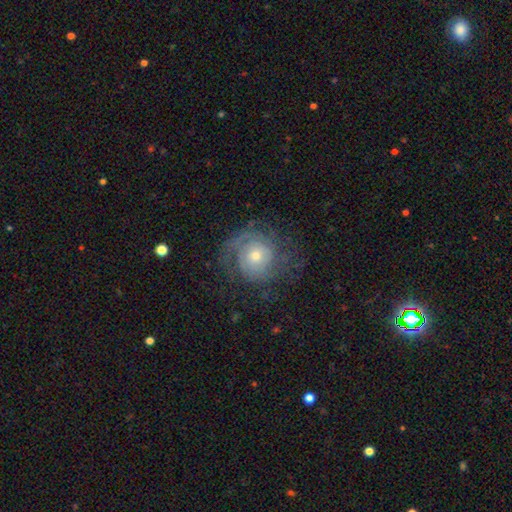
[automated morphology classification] Q: Smooth or featured?
A: featured or disk (72%); runner-up: smooth (20%)
Q: Edge-on disk?
A: no (97%); runner-up: yes (3%)
Q: Bar?
A: no (80%); runner-up: weak (17%)
Q: Spiral arms?
A: yes (88%); runner-up: no (12%)
Q: Spiral winding?
A: tight (59%); runner-up: medium (29%)
Q: Spiral arm count?
A: can't tell (37%); runner-up: 2 (32%)
Q: Bulge size?
A: moderate (53%); runner-up: small (39%)
Q: Merging?
A: none (67%); runner-up: minor disturbance (17%)